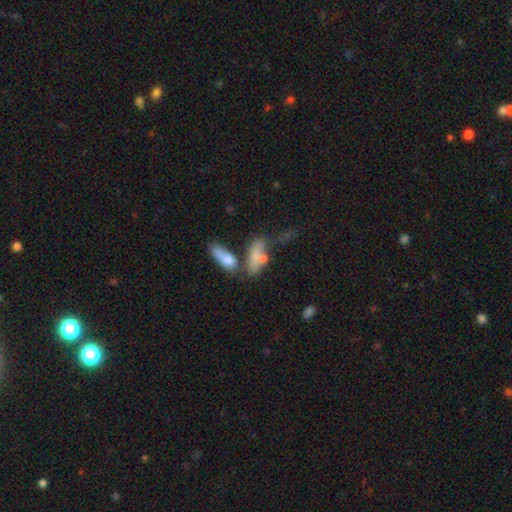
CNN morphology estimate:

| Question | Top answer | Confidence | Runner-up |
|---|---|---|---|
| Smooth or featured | smooth | 70% | featured or disk (21%) |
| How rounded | in between | 69% | cigar-shaped (26%) |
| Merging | merger | 37% | none (36%) |